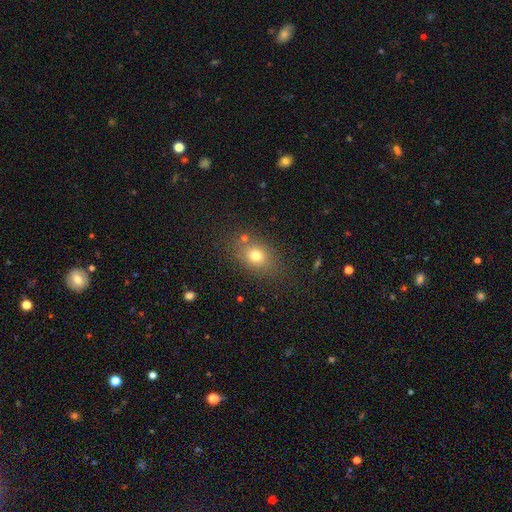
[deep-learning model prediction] smooth_or_featured: smooth (p=0.74) [alt: star or artifact p=0.14]
how_rounded: in between (p=0.57) [alt: round p=0.42]
merging: none (p=0.75) [alt: minor disturbance p=0.13]